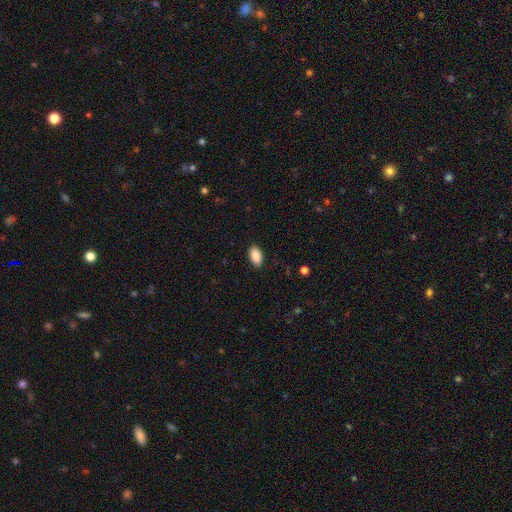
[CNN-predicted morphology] A smooth galaxy with no disk features (90%) that is in between round and cigar-shaped (94%).

Vote fractions:
- Smooth or featured? smooth: 90% / star or artifact: 7% / featured or disk: 3%
- How rounded? in between: 94% / round: 4% / cigar-shaped: 2%
- Merging? none: 88% / minor disturbance: 9% / major disturbance: 2% / merger: 1%